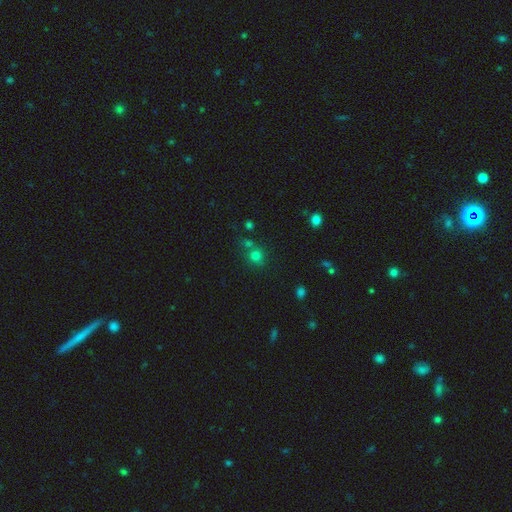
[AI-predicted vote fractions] This is likely a smooth galaxy (72%). How rounded: clearly round (86%). Merging: likely none (63%).